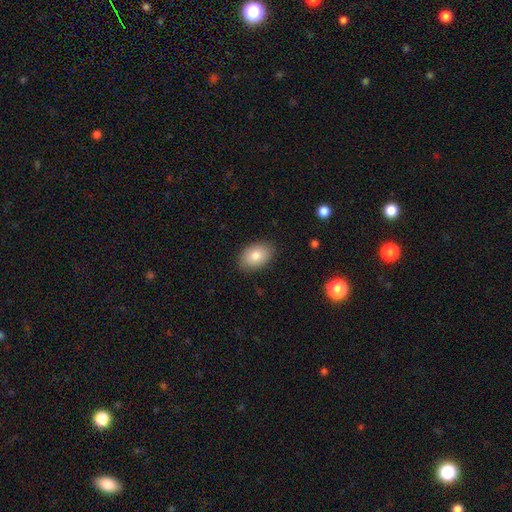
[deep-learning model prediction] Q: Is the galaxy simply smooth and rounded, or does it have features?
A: smooth — 82%.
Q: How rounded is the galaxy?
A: in between — 87%.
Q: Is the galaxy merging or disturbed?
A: none — 87%.